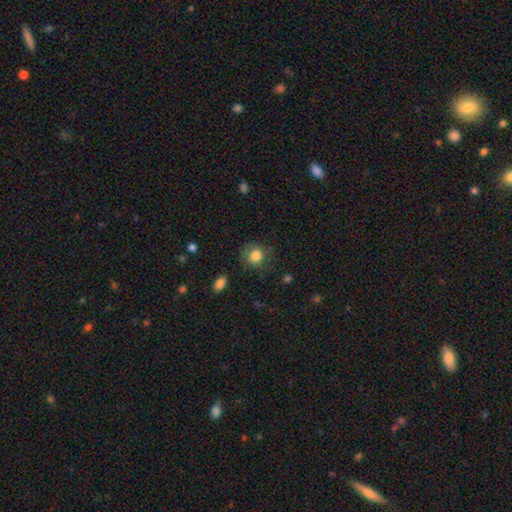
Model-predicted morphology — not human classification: smooth-or-featured: smooth: 82% | star or artifact: 9% | featured or disk: 8%
  how-rounded: round: 84% | in between: 15% | cigar-shaped: 1%
  merging: none: 76% | minor disturbance: 17% | major disturbance: 6% | merger: 1%